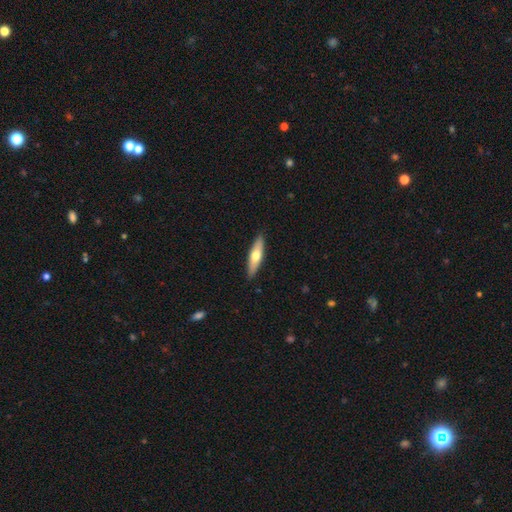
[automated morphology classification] Smooth or featured? Predicted: smooth (p=0.57). How rounded? Predicted: cigar-shaped (p=0.70). Merging? Predicted: none (p=0.90).